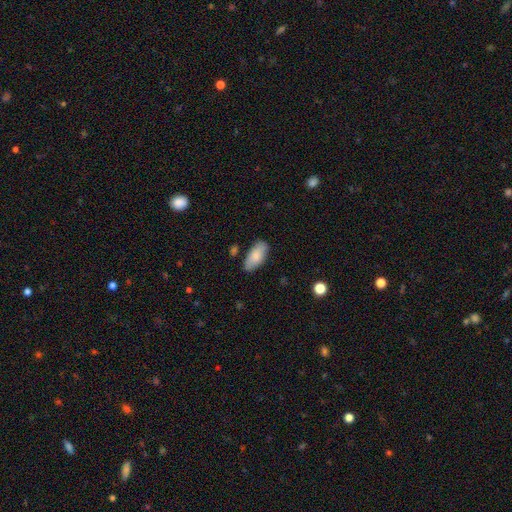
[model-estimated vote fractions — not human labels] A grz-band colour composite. It shows a smooth galaxy with no disk features (83%) that is in between round and cigar-shaped (90%). Merging: none (81%).